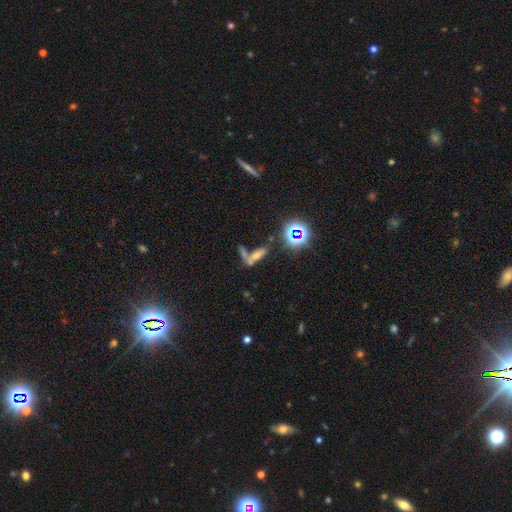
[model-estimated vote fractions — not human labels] A smooth galaxy with no disk features (48%).

Vote fractions:
- Smooth or featured? smooth: 48% / star or artifact: 27% / featured or disk: 24%
- Merging? merger: 47% / none: 33% / minor disturbance: 10% / major disturbance: 10%